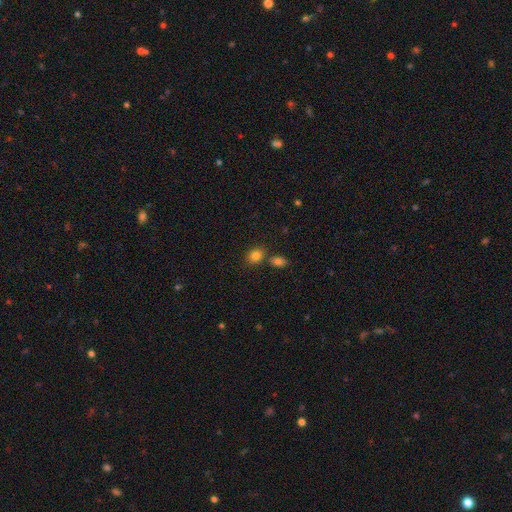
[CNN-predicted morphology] Smooth or featured?
  - smooth: 82% *
  - star or artifact: 12%
  - featured or disk: 6%
How rounded?
  - round: 55% *
  - in between: 44%
  - cigar-shaped: 1%
Merging?
  - none: 68% *
  - merger: 19%
  - minor disturbance: 10%
  - major disturbance: 3%